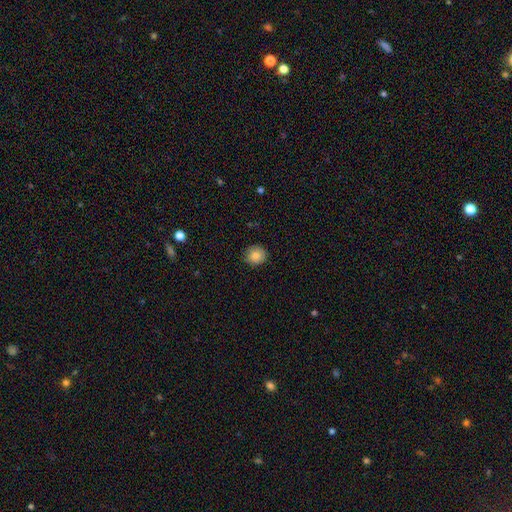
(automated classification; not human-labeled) A smooth galaxy with no disk features (83%) that is round (86%). Merging: none (85%).